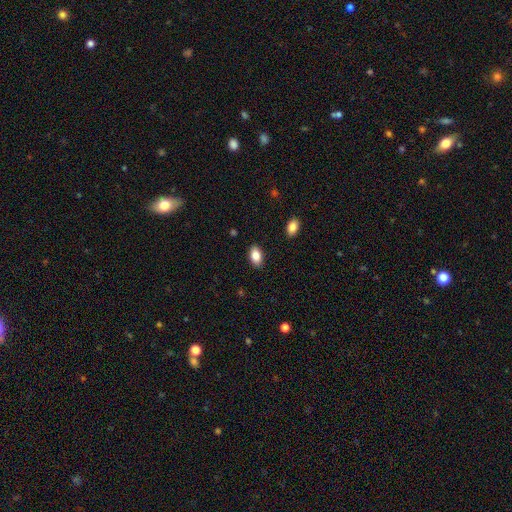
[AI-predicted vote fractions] Smooth or featured?
  - smooth: 85% *
  - star or artifact: 8%
  - featured or disk: 7%
How rounded?
  - in between: 91% *
  - round: 7%
  - cigar-shaped: 2%
Merging?
  - none: 88% *
  - minor disturbance: 9%
  - major disturbance: 2%
  - merger: 1%